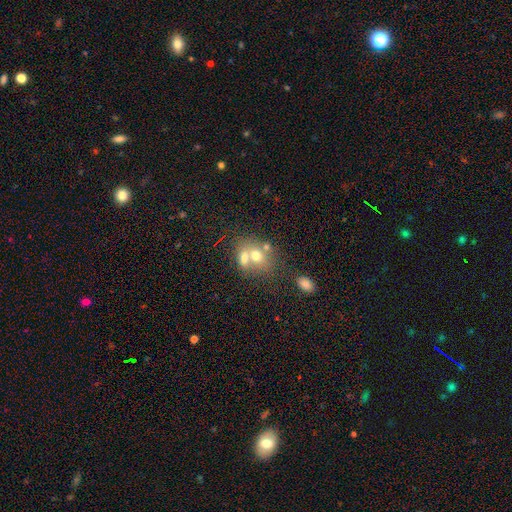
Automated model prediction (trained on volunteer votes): Smooth or featured? smooth (63%)
How rounded? round (50%)
Merging? merger (59%)